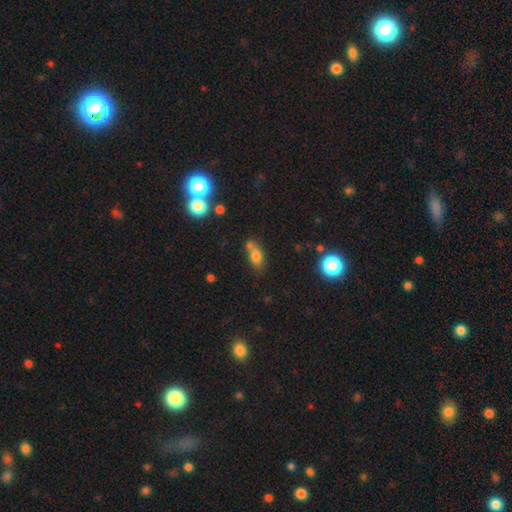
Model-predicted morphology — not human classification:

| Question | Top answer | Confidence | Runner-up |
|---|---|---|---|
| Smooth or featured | smooth | 73% | featured or disk (14%) |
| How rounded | in between | 77% | round (16%) |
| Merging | none | 44% | merger (33%) |